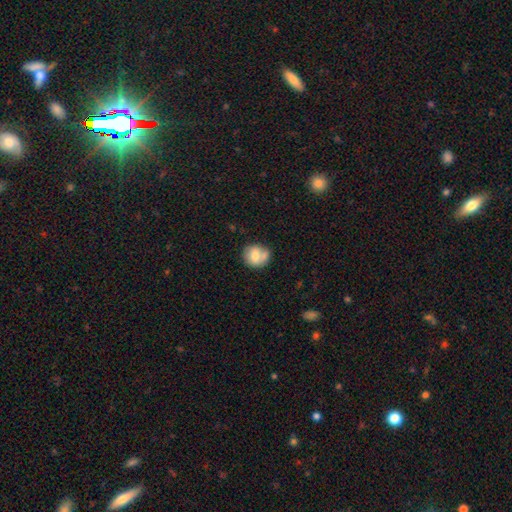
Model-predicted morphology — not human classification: type=smooth (70%); roundness=round (79%); merging=none (52%).